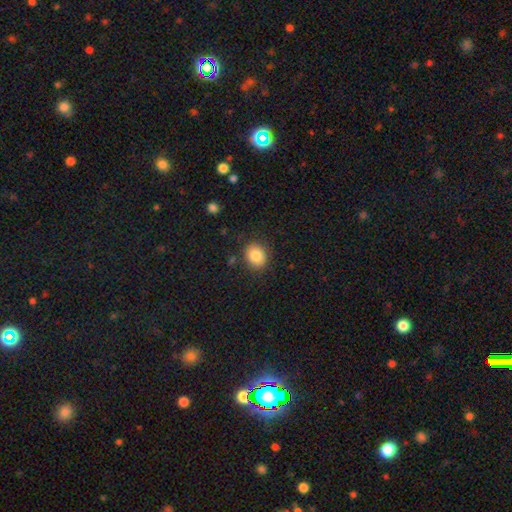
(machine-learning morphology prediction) smooth-or-featured: smooth: 84% | star or artifact: 9% | featured or disk: 7%
  how-rounded: round: 65% | in between: 34% | cigar-shaped: 1%
  merging: none: 85% | minor disturbance: 10% | major disturbance: 3% | merger: 2%